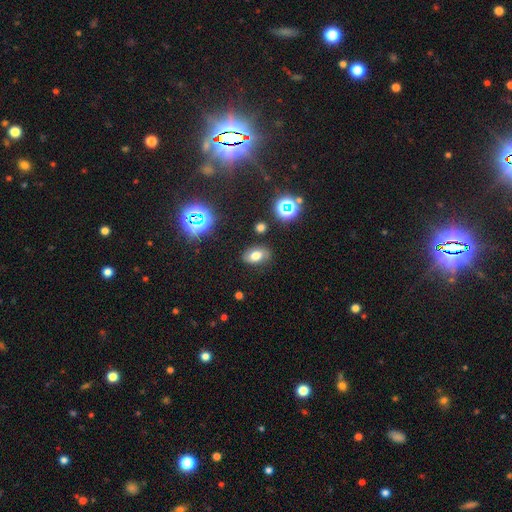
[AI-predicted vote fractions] Overall: smooth (62%). How rounded: in between (85%). Merging: none (79%).